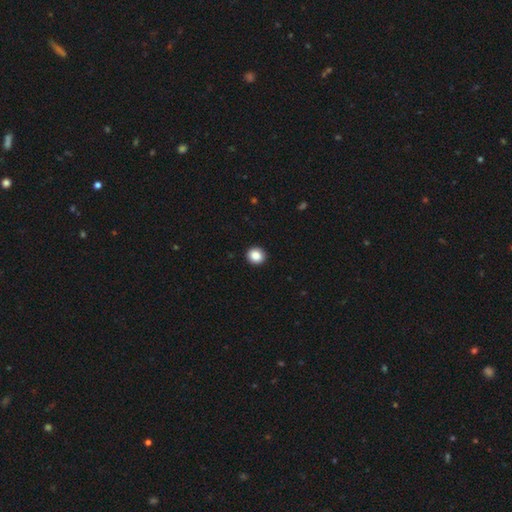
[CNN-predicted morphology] smooth 87%, star or artifact 9%, featured or disk 4%. Down the decision tree: how rounded — round (87%); merging — none (93%).